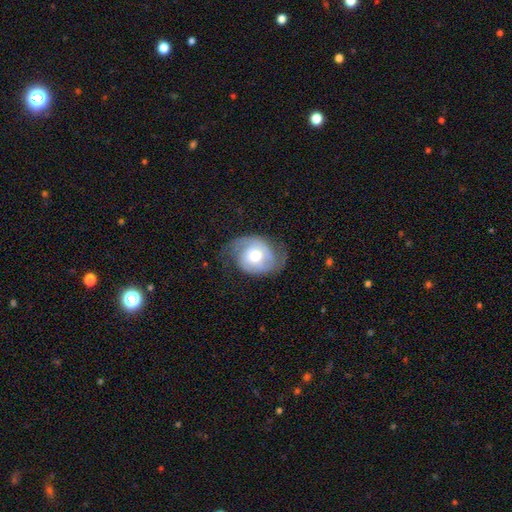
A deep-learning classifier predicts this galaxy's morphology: The model was most divided on "spiral winding": medium: 42%, tight: 36%, loose: 22%. More confident: edge-on disk — no (97%); spiral arms — yes (89%); spiral arm count — 2 (81%); smooth or featured — featured or disk (74%); bulge size — moderate (73%); bar — no (68%); merging — none (63%).